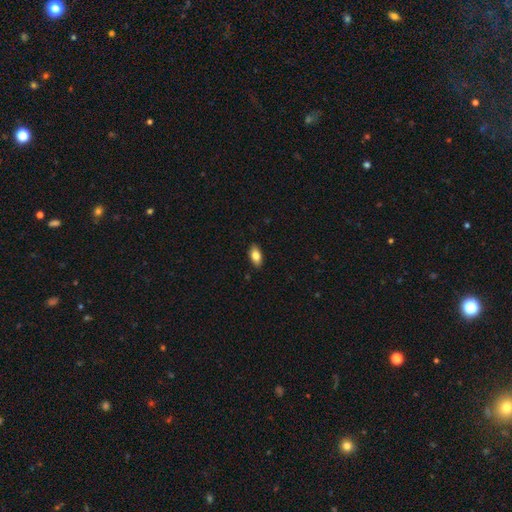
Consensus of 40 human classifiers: Smooth or featured?
  - smooth: 85% *
  - featured or disk: 10%
  - star or artifact: 5%
How rounded?
  - in between: 88% *
  - cigar-shaped: 9%
  - round: 3%
Merging?
  - none: 92% *
  - minor disturbance: 5%
  - major disturbance: 3%
  - merger: 0%